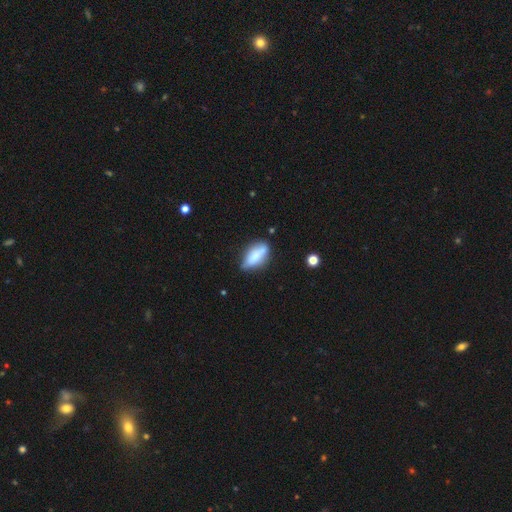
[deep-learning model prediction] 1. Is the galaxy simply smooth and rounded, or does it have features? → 67% smooth, 25% featured or disk, 8% star or artifact.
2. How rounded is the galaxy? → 76% in between, 21% cigar-shaped, 3% round.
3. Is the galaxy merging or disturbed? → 66% none, 24% minor disturbance, 6% major disturbance, 4% merger.